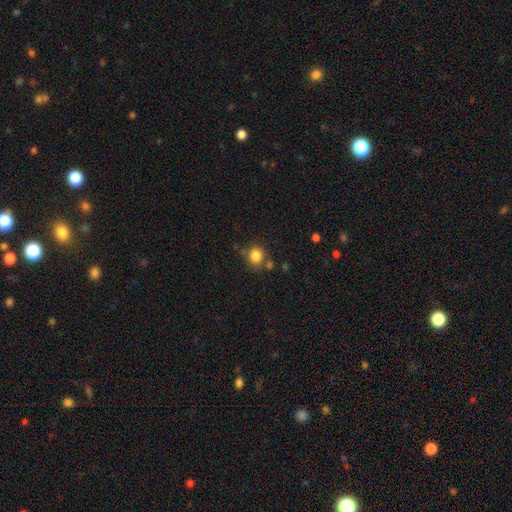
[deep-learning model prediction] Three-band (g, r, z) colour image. It shows a smooth galaxy with no disk features (84%) that is round (77%). Merging: none (70%).